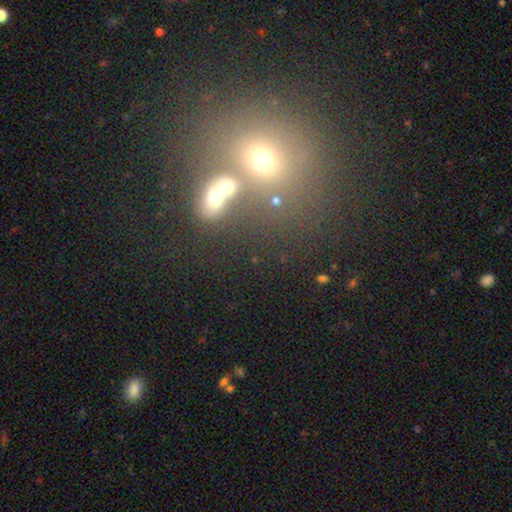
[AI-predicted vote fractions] smooth-or-featured: smooth: 51% | star or artifact: 30% | featured or disk: 19%
  how-rounded: round: 57% | in between: 41% | cigar-shaped: 2%
  merging: merger: 44% | none: 41% | minor disturbance: 9% | major disturbance: 6%